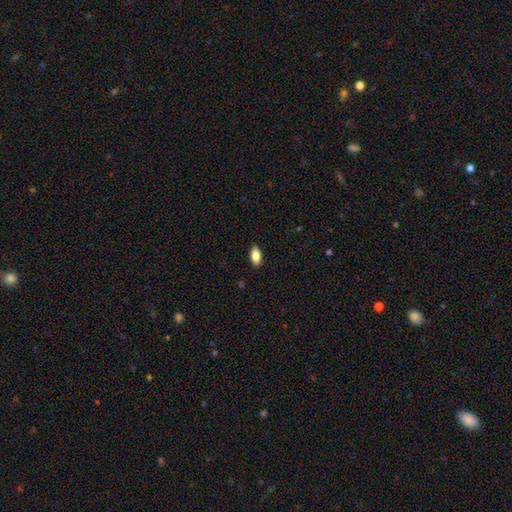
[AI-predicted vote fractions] The model was most divided on "smooth or featured": smooth: 84%, featured or disk: 9%, star or artifact: 7%. More confident: how rounded — in between (89%); merging — none (89%).